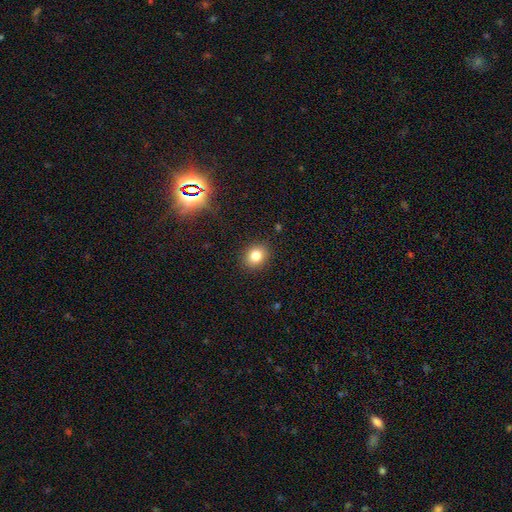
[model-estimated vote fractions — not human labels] Smooth or featured?
  - smooth: 81% *
  - star or artifact: 12%
  - featured or disk: 8%
How rounded?
  - round: 58% *
  - in between: 41%
  - cigar-shaped: 1%
Merging?
  - none: 89% *
  - minor disturbance: 8%
  - major disturbance: 2%
  - merger: 1%